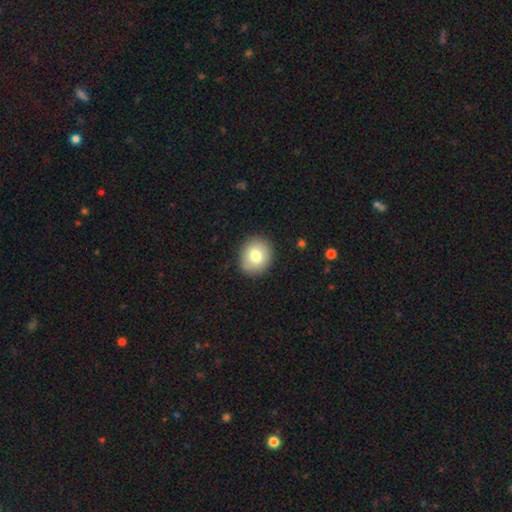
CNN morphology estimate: type=smooth (78%); roundness=round (77%); merging=none (89%).